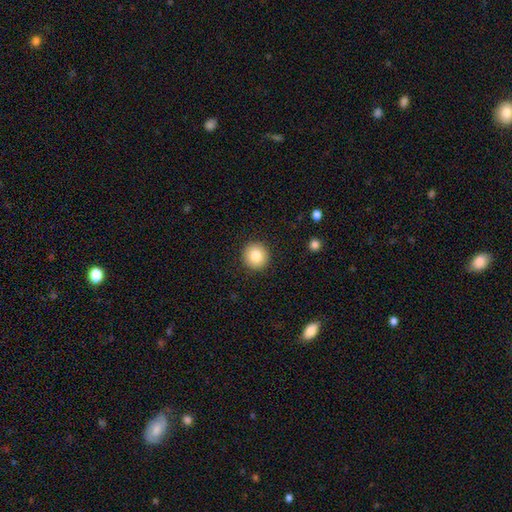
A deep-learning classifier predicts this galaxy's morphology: Smooth or featured?
  - smooth: 83% *
  - star or artifact: 9%
  - featured or disk: 8%
How rounded?
  - round: 94% *
  - in between: 5%
  - cigar-shaped: 1%
Merging?
  - none: 92% *
  - minor disturbance: 5%
  - major disturbance: 2%
  - merger: 1%